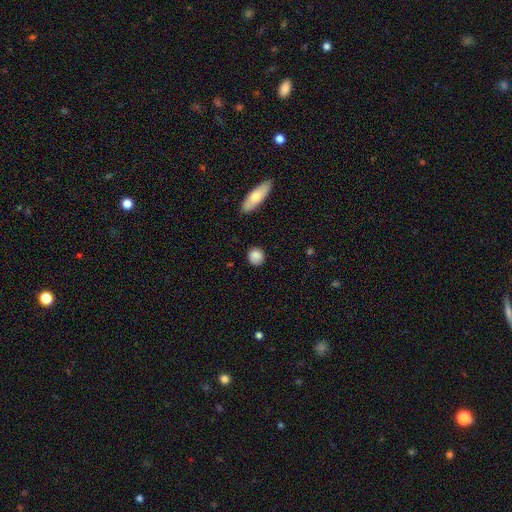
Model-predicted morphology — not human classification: Smooth or featured? Predicted: smooth (p=0.83). How rounded? Predicted: round (p=0.80). Merging? Predicted: none (p=0.80).